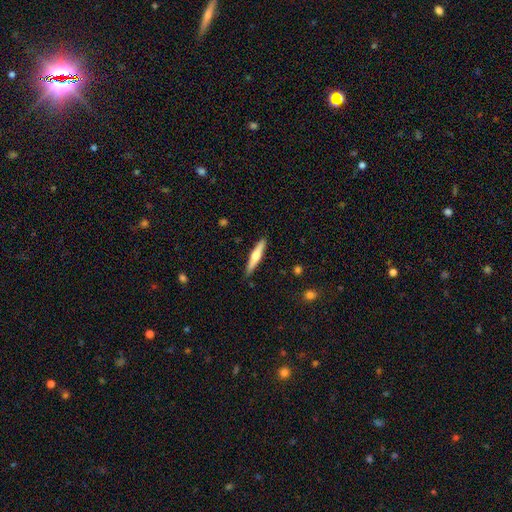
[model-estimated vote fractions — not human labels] This appears to be a featured or disk galaxy (49%). Merging: none (89%).